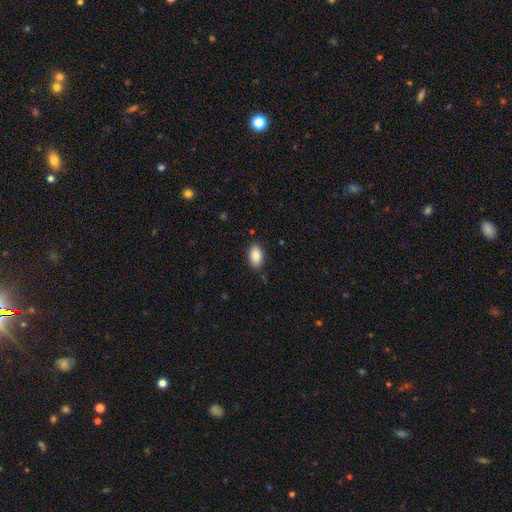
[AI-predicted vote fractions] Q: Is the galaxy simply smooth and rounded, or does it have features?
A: smooth — 87%.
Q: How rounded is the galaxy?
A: in between — 93%.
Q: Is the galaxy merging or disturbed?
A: none — 86%.